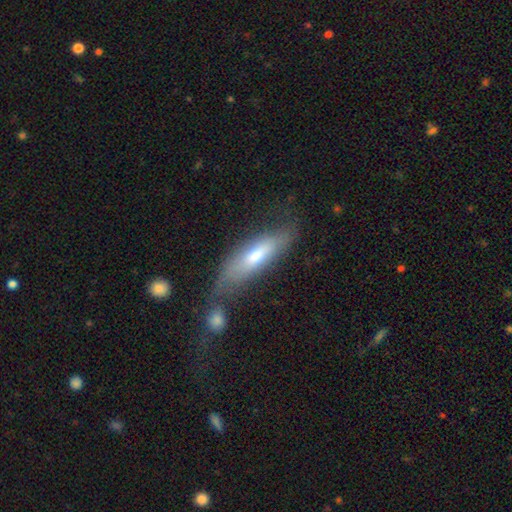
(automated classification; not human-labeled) smooth 58%, featured or disk 36%, star or artifact 6%. Down the decision tree: how rounded — cigar-shaped (58%); merging — none (47%).